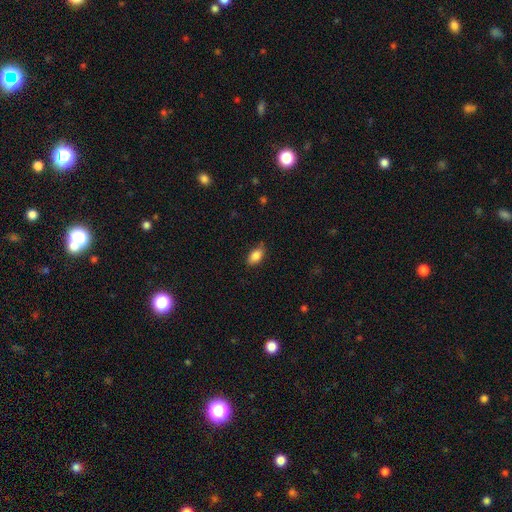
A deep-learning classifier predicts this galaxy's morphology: A smooth galaxy with no disk features (86%) that is in between round and cigar-shaped (90%). Merging: none (78%).